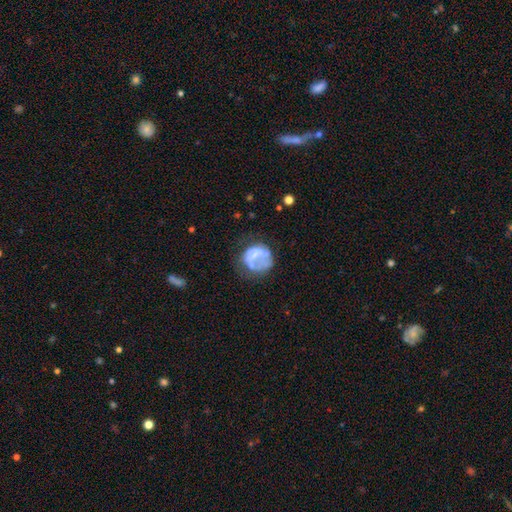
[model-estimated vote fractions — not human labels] Smooth or featured: featured or disk — 47% (smooth — 43%)
Merging: none — 44% (major disturbance — 26%)